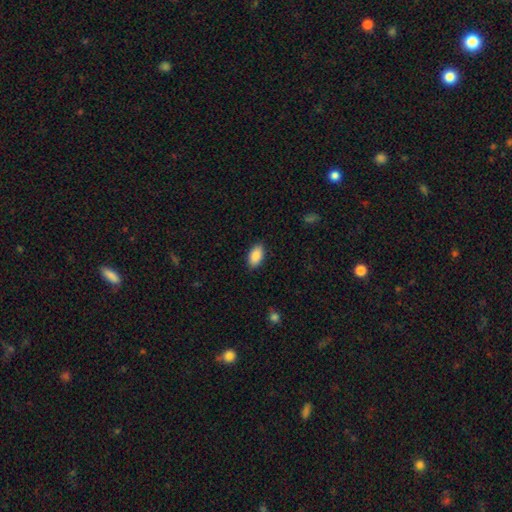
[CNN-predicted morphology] Smooth or featured: smooth — 89% (star or artifact — 7%)
How rounded: in between — 94% (round — 3%)
Merging: none — 88% (minor disturbance — 9%)